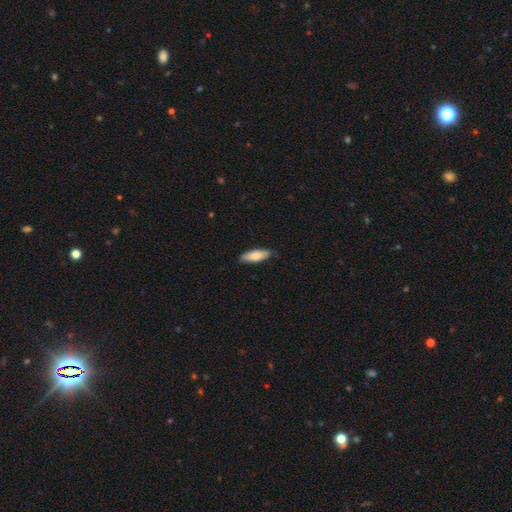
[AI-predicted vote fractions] smooth_or_featured: smooth (p=0.78) [alt: featured or disk p=0.16]
how_rounded: in between (p=0.59) [alt: cigar-shaped p=0.39]
merging: none (p=0.83) [alt: minor disturbance p=0.14]